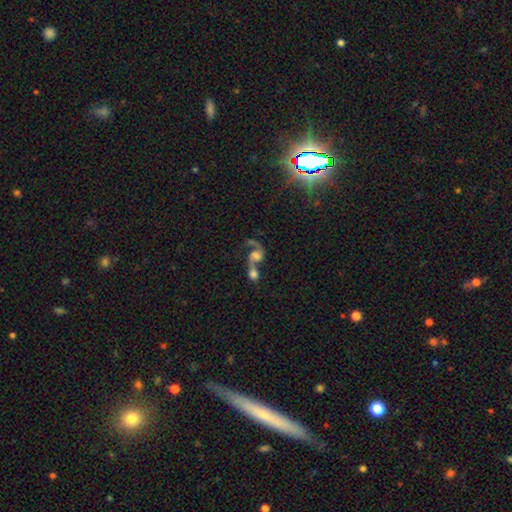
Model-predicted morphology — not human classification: A featured or disk galaxy (59%) with no bar (66%), spiral arms (80%) and no central bulge (27%).

Vote fractions:
- Smooth or featured? featured or disk: 59% / smooth: 29% / star or artifact: 12%
- Edge-on disk? no: 97% / yes: 3%
- Bar? no: 66% / weak: 26% / strong: 8%
- Spiral arms? yes: 80% / no: 20%
- Bulge size? none: 27% / moderate: 26% / large: 23% / small: 19% / dominant: 6%
- Merging? merger: 75% / none: 11% / major disturbance: 10% / minor disturbance: 5%